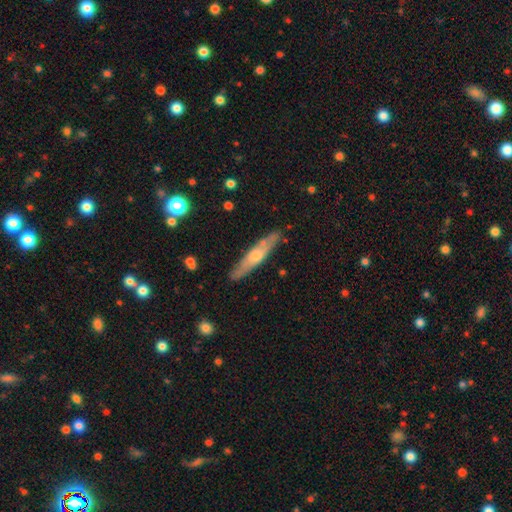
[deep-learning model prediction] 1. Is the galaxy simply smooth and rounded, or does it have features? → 49% featured or disk, 45% smooth, 5% star or artifact.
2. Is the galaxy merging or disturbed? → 83% none, 12% minor disturbance, 2% merger, 2% major disturbance.